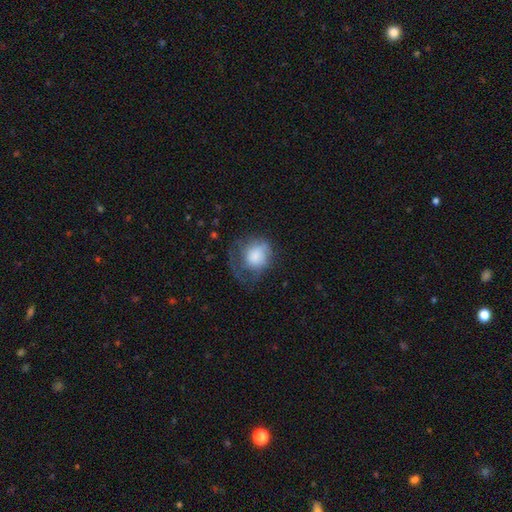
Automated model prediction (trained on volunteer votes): smooth_or_featured: smooth (p=0.63) [alt: featured or disk p=0.29]
how_rounded: round (p=0.71) [alt: in between p=0.28]
merging: major disturbance (p=0.37) [alt: none p=0.34]